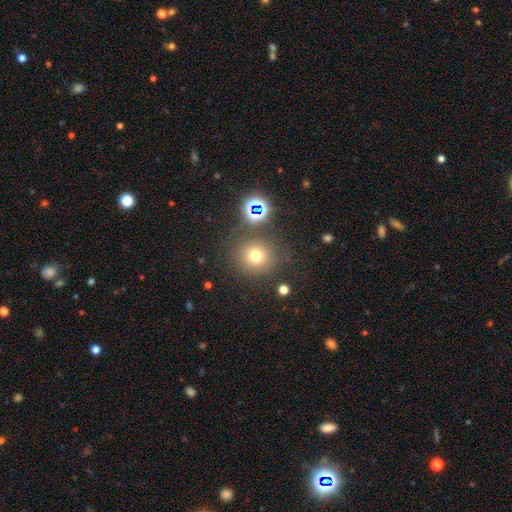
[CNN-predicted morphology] Smooth or featured? Predicted: smooth (p=0.71). How rounded? Predicted: round (p=0.93). Merging? Predicted: none (p=0.81).